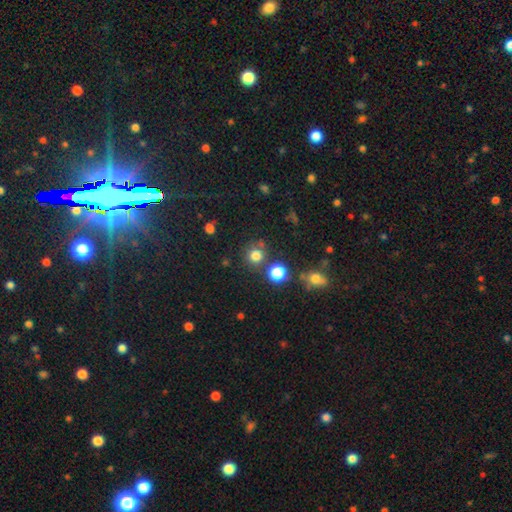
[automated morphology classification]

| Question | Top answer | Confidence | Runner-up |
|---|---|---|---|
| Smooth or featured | smooth | 76% | star or artifact (18%) |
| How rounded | round | 90% | in between (9%) |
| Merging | none | 76% | merger (11%) |